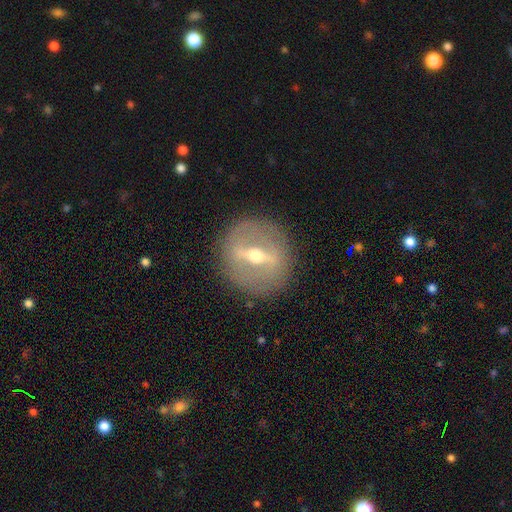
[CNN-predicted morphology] smooth-or-featured: featured or disk: 78% | smooth: 15% | star or artifact: 7%
  disk-edge-on: no: 69% | yes: 31%
    bar: strong: 75% | weak: 18% | no: 7%
    has-spiral-arms: no: 81% | yes: 19%
    bulge-size: moderate: 65% | small: 29% | large: 4% | dominant: 1% | none: 1%
  merging: none: 87% | minor disturbance: 8% | major disturbance: 4% | merger: 1%